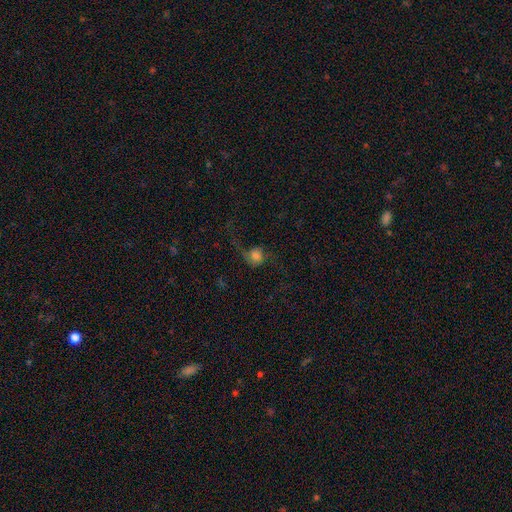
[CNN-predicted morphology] A smooth galaxy with no disk features (46%). Merging: none (42%).